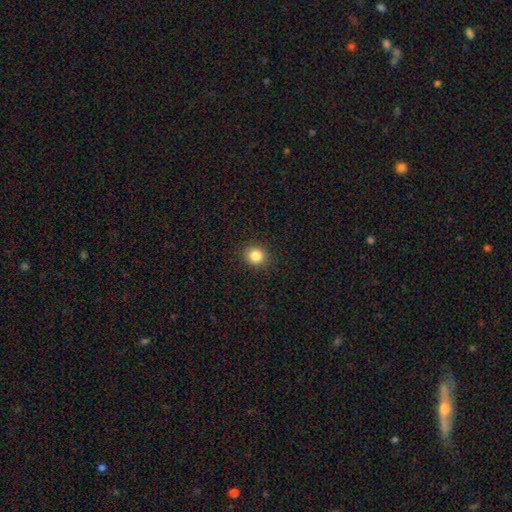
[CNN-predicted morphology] smooth_or_featured: smooth (p=0.84) [alt: star or artifact p=0.11]
how_rounded: round (p=0.86) [alt: in between p=0.13]
merging: none (p=0.91) [alt: minor disturbance p=0.06]